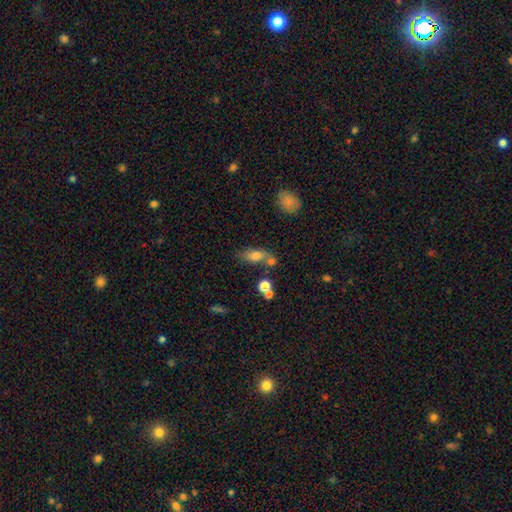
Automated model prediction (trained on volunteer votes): smooth-or-featured: smooth: 69% | featured or disk: 19% | star or artifact: 12%
  how-rounded: in between: 71% | cigar-shaped: 16% | round: 13%
  merging: none: 45% | merger: 28% | minor disturbance: 18% | major disturbance: 9%